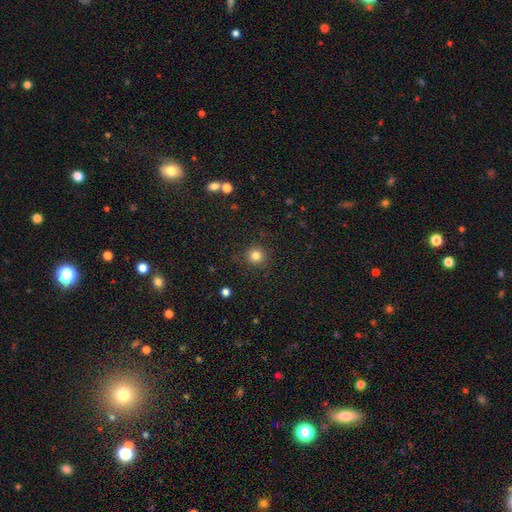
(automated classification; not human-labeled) Smooth or featured? smooth (82%)
How rounded? round (93%)
Merging? none (90%)